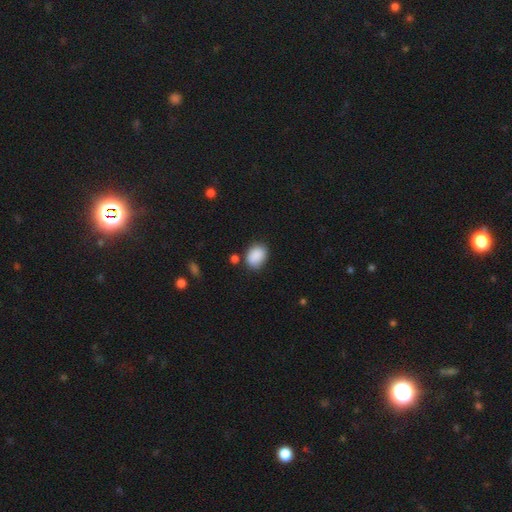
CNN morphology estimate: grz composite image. It shows a smooth galaxy with no disk features (89%) that is in between round and cigar-shaped (71%). Merging: none (77%).